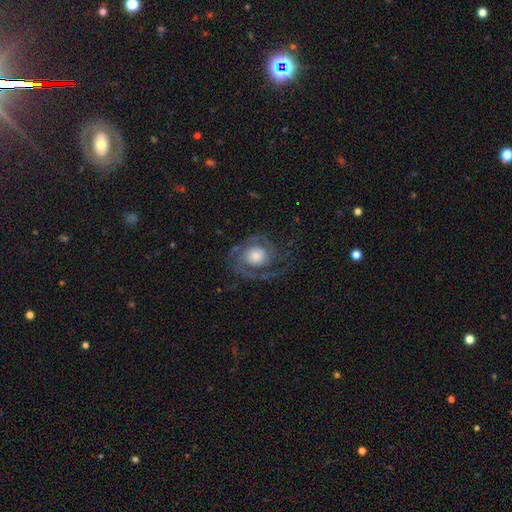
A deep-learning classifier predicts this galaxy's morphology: The model was most divided on "spiral winding": medium: 44%, tight: 43%, loose: 13%. Remaining: edge-on disk — no (98%); spiral arms — yes (95%); smooth or featured — featured or disk (84%); bar — no (76%); merging — none (70%); spiral arm count — 2 (67%); bulge size — large (40%).